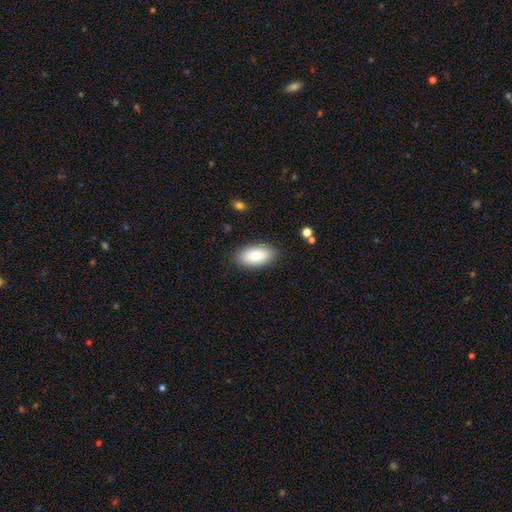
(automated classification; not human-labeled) smooth_or_featured: smooth (p=0.87) [alt: featured or disk p=0.06]
how_rounded: in between (p=0.94) [alt: cigar-shaped p=0.03]
merging: none (p=0.87) [alt: minor disturbance p=0.10]